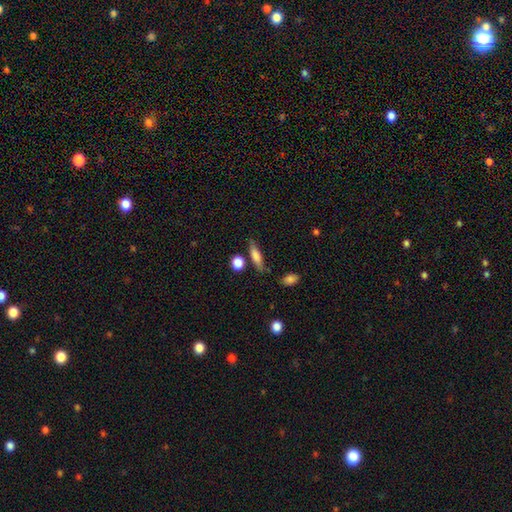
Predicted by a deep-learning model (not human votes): smooth 74%, featured or disk 19%, star or artifact 8%. Down the decision tree: how rounded — cigar-shaped (62%); merging — none (75%).